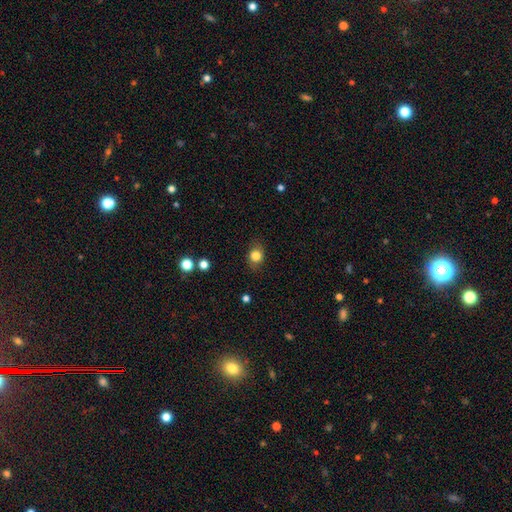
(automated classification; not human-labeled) Smooth or featured?
  - smooth: 82% *
  - star or artifact: 10%
  - featured or disk: 8%
How rounded?
  - round: 56% *
  - in between: 43%
  - cigar-shaped: 1%
Merging?
  - none: 83% *
  - minor disturbance: 13%
  - major disturbance: 3%
  - merger: 1%